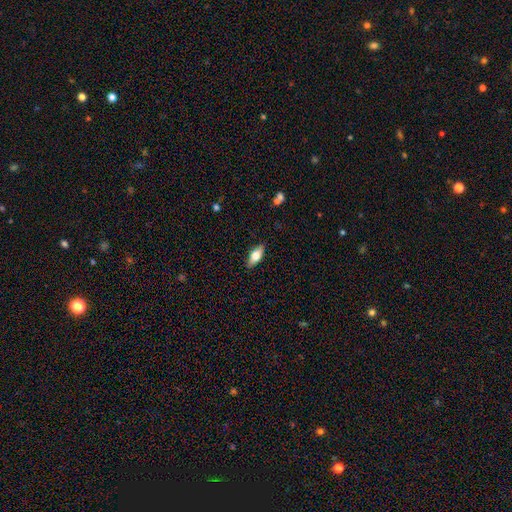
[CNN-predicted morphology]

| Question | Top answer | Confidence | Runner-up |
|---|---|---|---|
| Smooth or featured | smooth | 62% | featured or disk (31%) |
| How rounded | in between | 74% | cigar-shaped (23%) |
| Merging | none | 87% | minor disturbance (10%) |